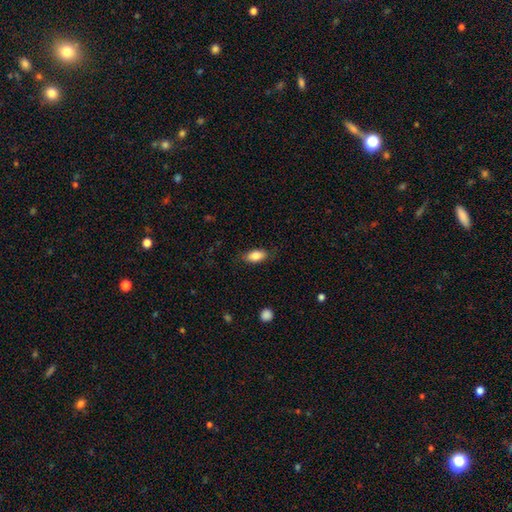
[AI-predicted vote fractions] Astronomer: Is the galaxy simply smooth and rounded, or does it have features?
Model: smooth — 83%.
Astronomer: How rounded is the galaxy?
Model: in between — 89%.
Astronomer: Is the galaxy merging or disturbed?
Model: none — 81%.